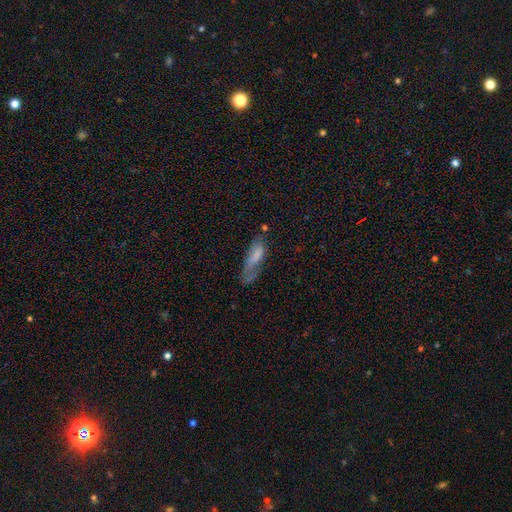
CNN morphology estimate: This is likely a smooth galaxy (65%). How rounded: possibly in between (55%). Merging: marginally none (35%).